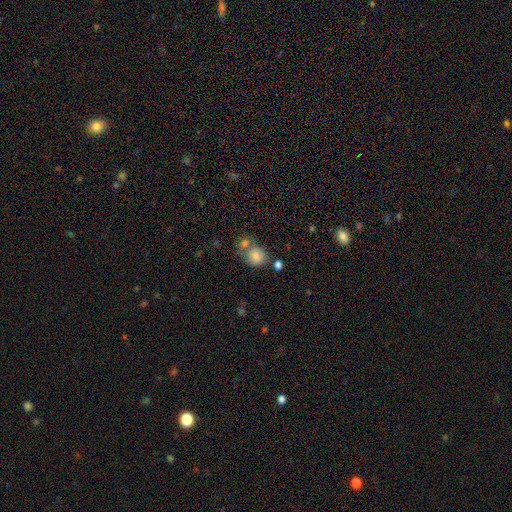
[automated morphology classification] Smooth or featured?
  - smooth: 81% *
  - star or artifact: 9%
  - featured or disk: 9%
How rounded?
  - round: 71% *
  - in between: 28%
  - cigar-shaped: 1%
Merging?
  - none: 51% *
  - merger: 30%
  - minor disturbance: 14%
  - major disturbance: 5%